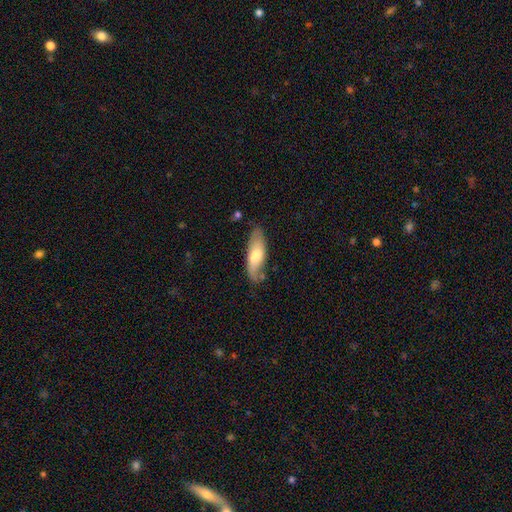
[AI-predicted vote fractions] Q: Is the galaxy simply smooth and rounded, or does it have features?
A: smooth — 63%.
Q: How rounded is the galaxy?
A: in between — 64%.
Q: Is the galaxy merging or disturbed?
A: none — 69%.